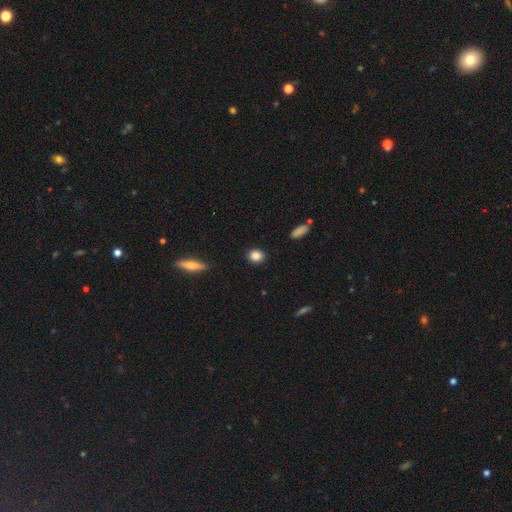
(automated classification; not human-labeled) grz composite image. It shows a smooth galaxy with no disk features (86%) that is round (75%). Merging: none (90%).